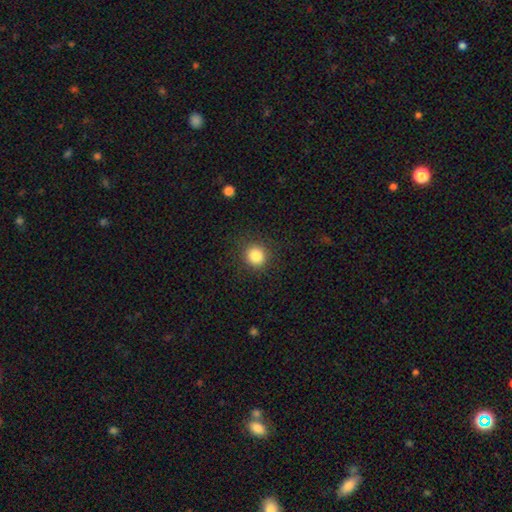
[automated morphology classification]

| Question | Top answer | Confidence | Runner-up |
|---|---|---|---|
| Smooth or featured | smooth | 85% | star or artifact (11%) |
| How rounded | round | 90% | in between (9%) |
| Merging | none | 89% | minor disturbance (7%) |